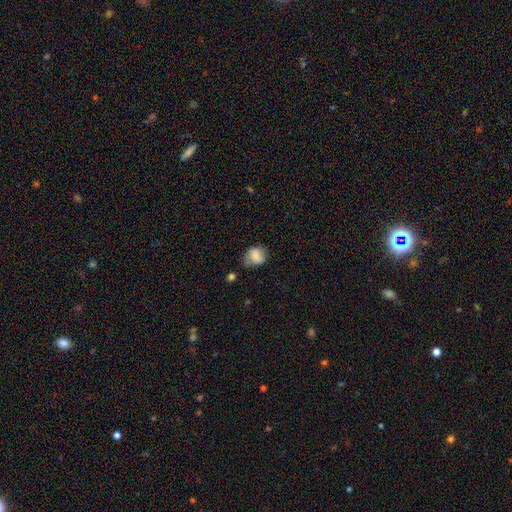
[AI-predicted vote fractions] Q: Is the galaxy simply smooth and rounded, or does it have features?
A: smooth — 71%.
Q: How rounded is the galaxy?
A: round — 66%.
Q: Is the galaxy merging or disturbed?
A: none — 52%.